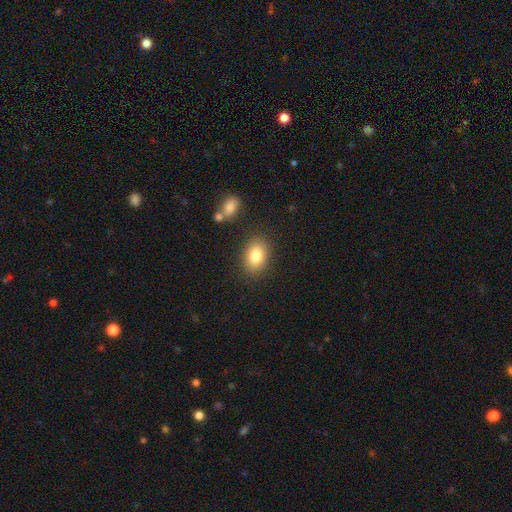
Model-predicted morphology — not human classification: This appears to be a smooth galaxy with no disk features (82%) that is in between round and cigar-shaped (78%). Merging: none (83%).